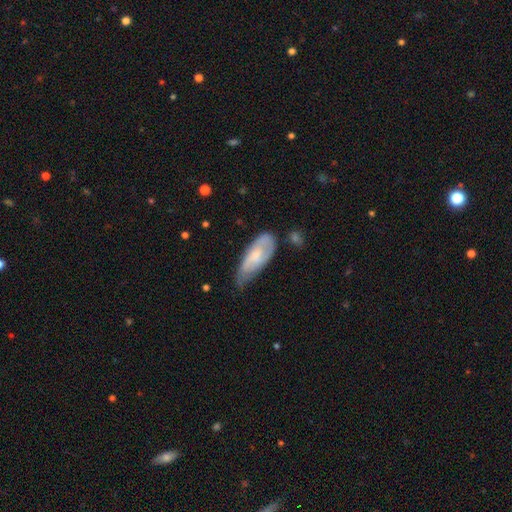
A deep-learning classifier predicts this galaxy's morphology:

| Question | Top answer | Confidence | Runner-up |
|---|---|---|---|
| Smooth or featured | smooth | 48% | featured or disk (46%) |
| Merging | minor disturbance | 42% | tied: none (42%) |